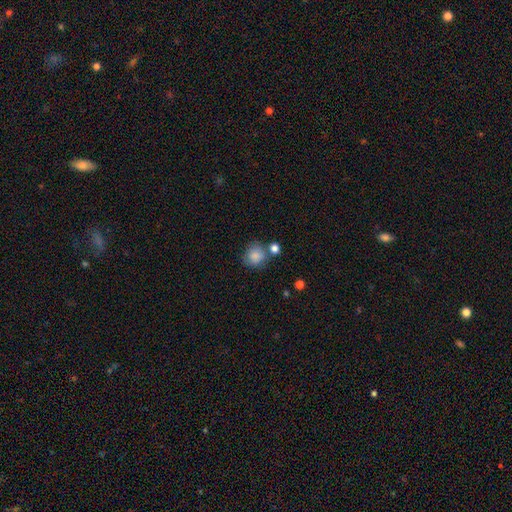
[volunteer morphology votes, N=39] A smooth galaxy with no disk features (82%) that is round (81%).

Vote fractions:
- Smooth or featured? smooth: 82% / featured or disk: 10% / star or artifact: 8%
- How rounded? round: 81% / in between: 19% / cigar-shaped: 0%
- Merging? none: 64% / minor disturbance: 17% / merger: 11% / major disturbance: 8%